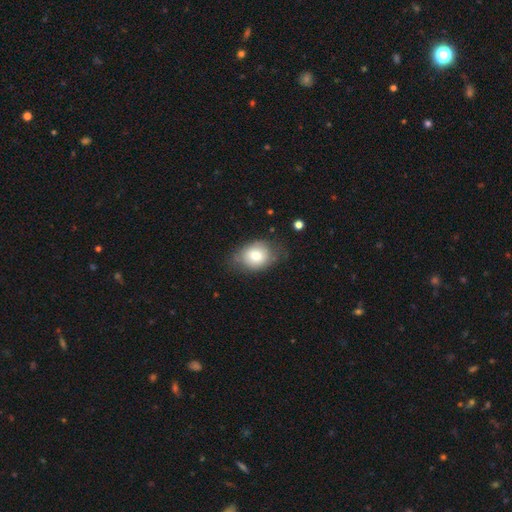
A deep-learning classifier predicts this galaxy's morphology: Q: Smooth or featured?
A: smooth (74%); runner-up: featured or disk (17%)
Q: How rounded?
A: in between (56%); runner-up: round (43%)
Q: Merging?
A: none (64%); runner-up: minor disturbance (25%)